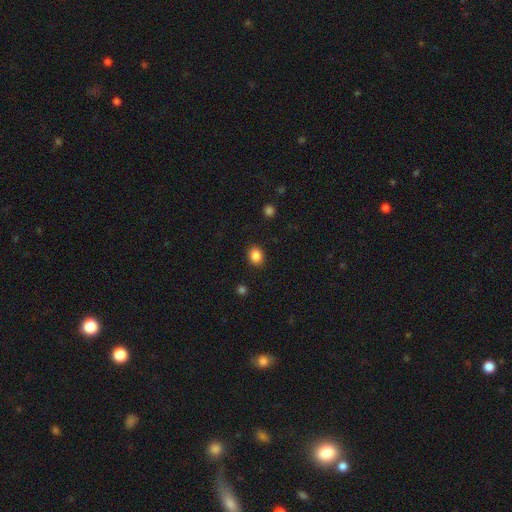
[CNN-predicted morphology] Smooth or featured?
  - smooth: 86% *
  - star or artifact: 10%
  - featured or disk: 4%
How rounded?
  - round: 54% *
  - in between: 45%
  - cigar-shaped: 1%
Merging?
  - none: 89% *
  - minor disturbance: 8%
  - major disturbance: 2%
  - merger: 1%